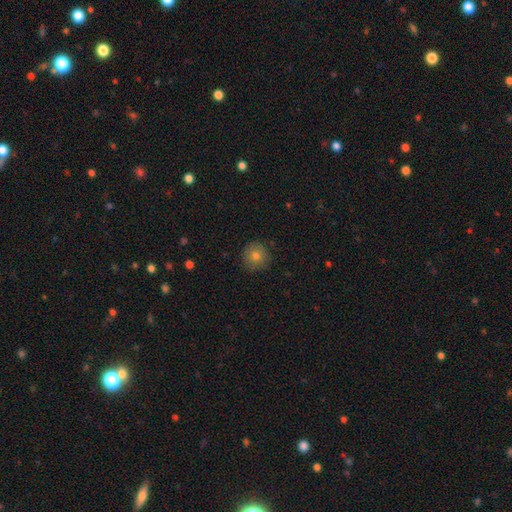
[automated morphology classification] smooth-or-featured: smooth: 75% | featured or disk: 13% | star or artifact: 12%
  how-rounded: round: 95% | in between: 4% | cigar-shaped: 1%
  merging: none: 89% | minor disturbance: 8% | major disturbance: 2% | merger: 1%